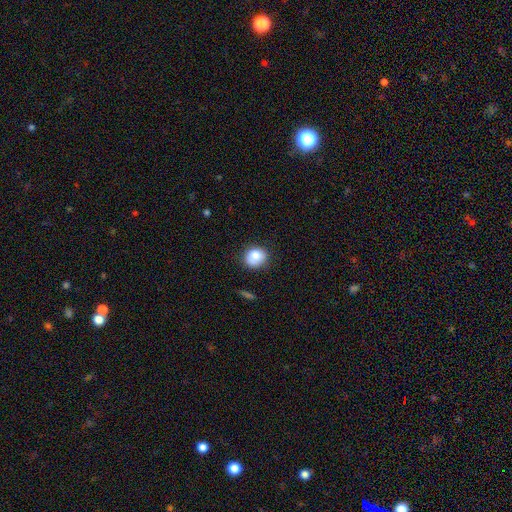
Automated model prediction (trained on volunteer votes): Smooth or featured: smooth — 83% (star or artifact — 9%)
How rounded: round — 77% (in between — 22%)
Merging: none — 81% (minor disturbance — 14%)